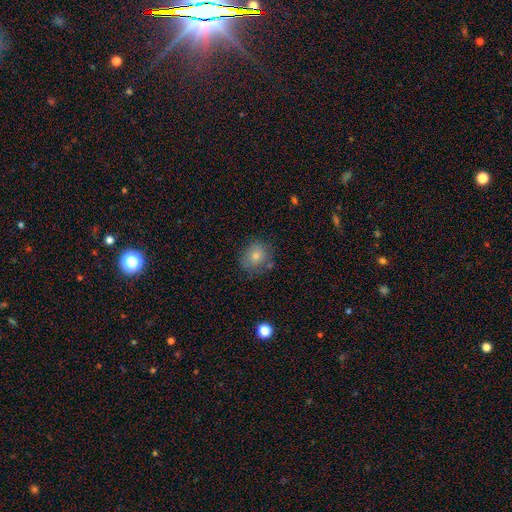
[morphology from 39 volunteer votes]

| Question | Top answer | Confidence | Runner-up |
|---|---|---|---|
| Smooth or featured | smooth | 77% | featured or disk (13%) |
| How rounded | round | 83% | in between (17%) |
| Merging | none | 71% | merger (14%) |